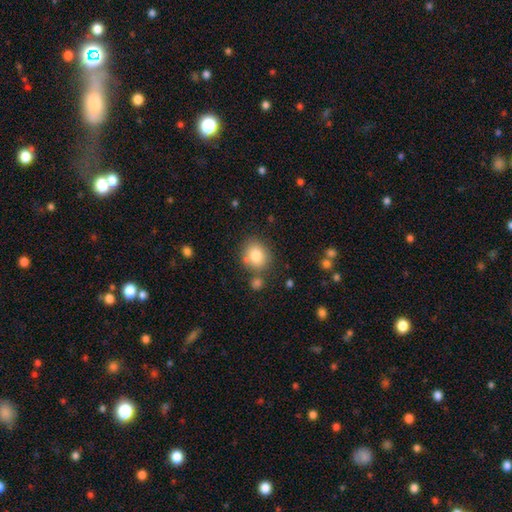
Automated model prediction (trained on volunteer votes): This appears to be a smooth galaxy with no disk features (81%) that is round (70%). Merging: none (72%).